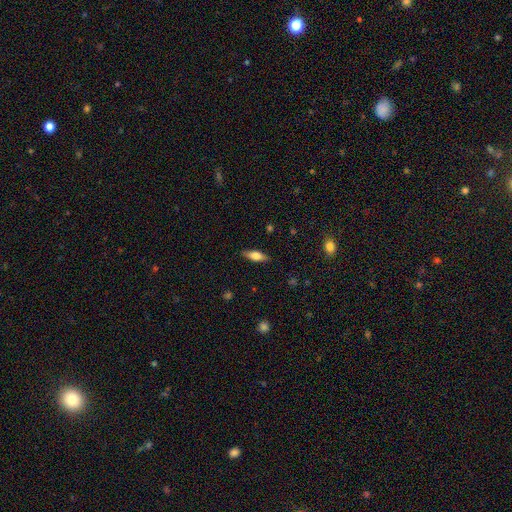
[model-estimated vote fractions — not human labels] Overall: smooth (62%; featured or disk 32%). How rounded: in between (62%; cigar-shaped 36%). Merging: none (87%).